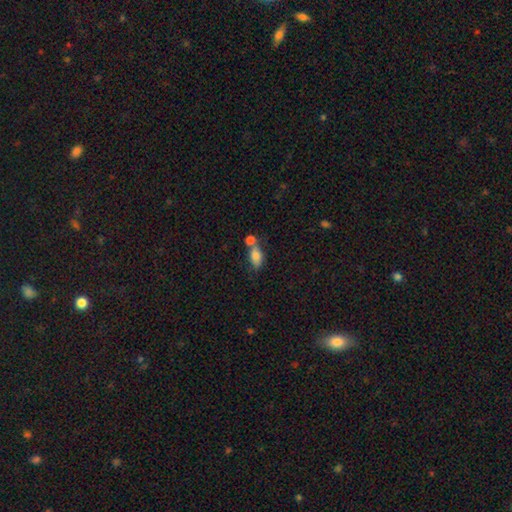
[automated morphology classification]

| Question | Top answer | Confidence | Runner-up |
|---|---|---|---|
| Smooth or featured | smooth | 80% | featured or disk (12%) |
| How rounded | in between | 86% | round (8%) |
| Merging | merger | 41% | tied: none (41%) |